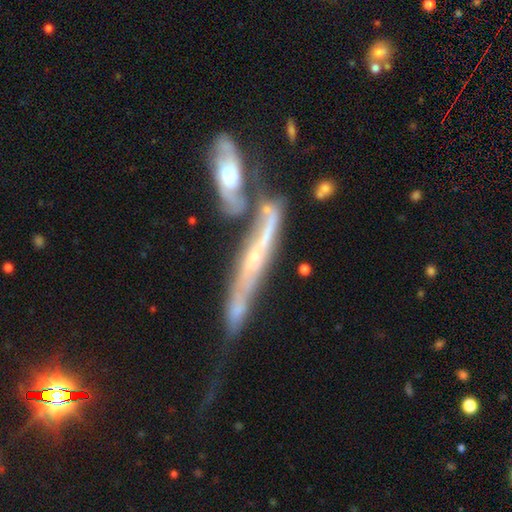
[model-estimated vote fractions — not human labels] smooth_or_featured: featured or disk (p=0.78) [alt: smooth p=0.14]
disk_edge_on: yes (p=0.70) [alt: no p=0.30]
edge_on_bulge: rounded (p=0.60) [alt: none p=0.32]
merging: merger (p=0.42) [alt: none p=0.28]